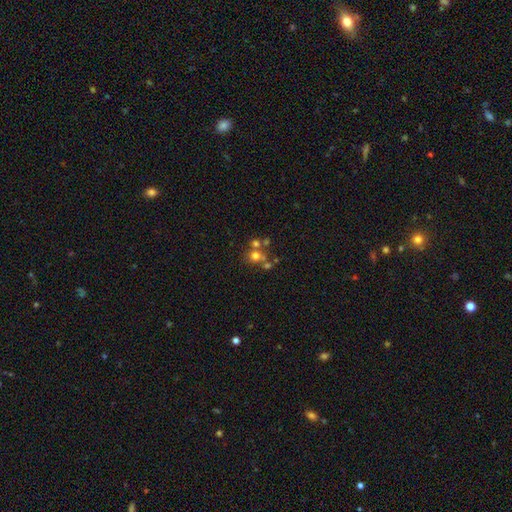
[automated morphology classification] Smooth or featured: smooth — 62% (featured or disk — 19%)
How rounded: round — 85% (in between — 14%)
Merging: none — 49% (merger — 38%)